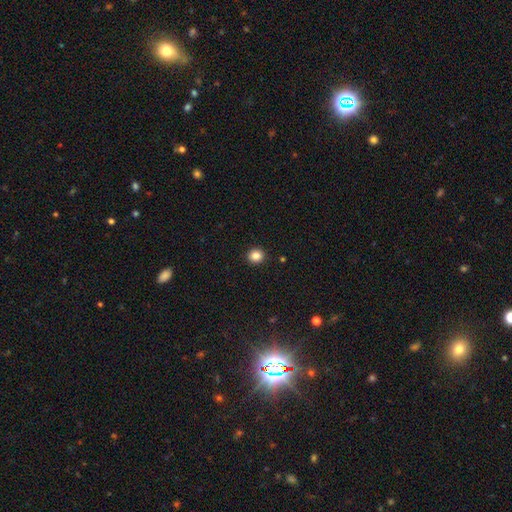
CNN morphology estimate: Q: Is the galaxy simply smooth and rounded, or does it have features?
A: smooth — 85%.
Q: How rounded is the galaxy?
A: round — 88%.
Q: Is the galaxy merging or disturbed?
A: none — 92%.